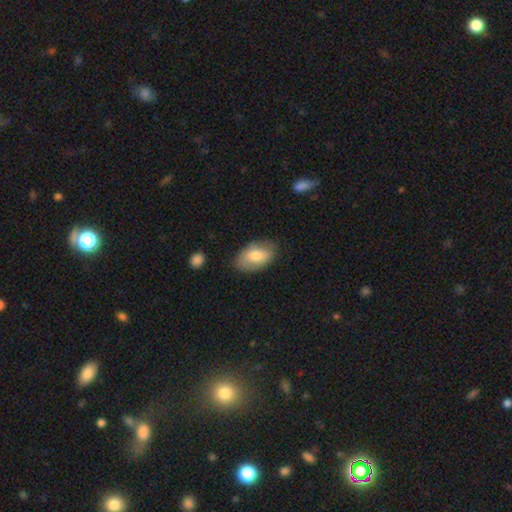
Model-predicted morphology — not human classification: smooth 75%, featured or disk 18%, star or artifact 6%. Down the decision tree: how rounded — in between (93%); merging — none (78%).